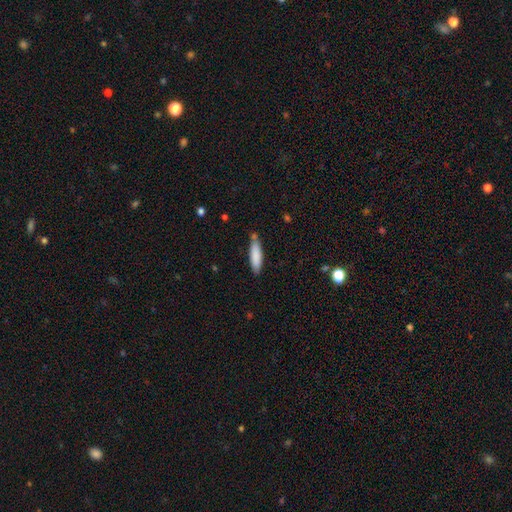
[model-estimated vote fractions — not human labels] smooth 84%, featured or disk 10%, star or artifact 6%. Down the decision tree: how rounded — cigar-shaped (67%); merging — none (72%).